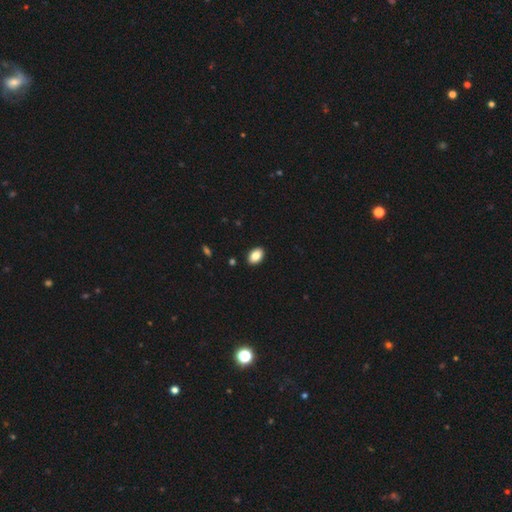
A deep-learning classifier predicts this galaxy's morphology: smooth 86%, star or artifact 8%, featured or disk 6%. Down the decision tree: how rounded — in between (90%); merging — none (91%).